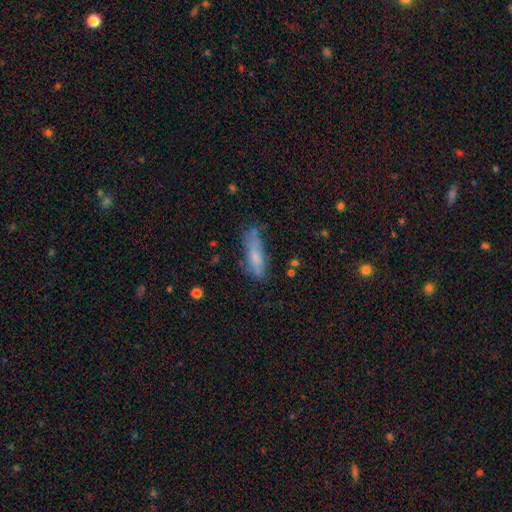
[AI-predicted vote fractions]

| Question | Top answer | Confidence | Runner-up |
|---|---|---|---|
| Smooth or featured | smooth | 70% | featured or disk (21%) |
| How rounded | cigar-shaped | 65% | in between (33%) |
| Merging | none | 61% | minor disturbance (26%) |